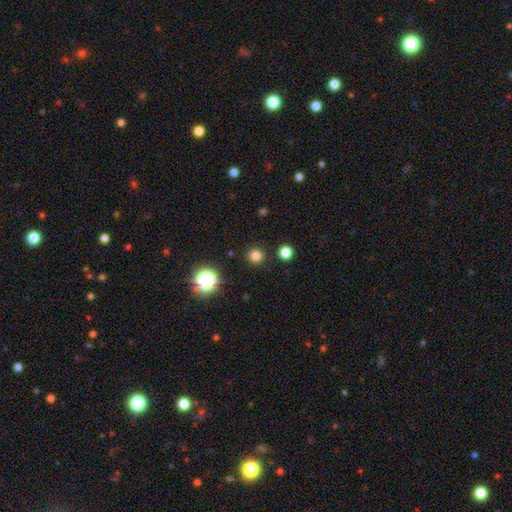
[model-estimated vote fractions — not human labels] A smooth galaxy with no disk features (78%) that is round (95%). Merging: none (91%).